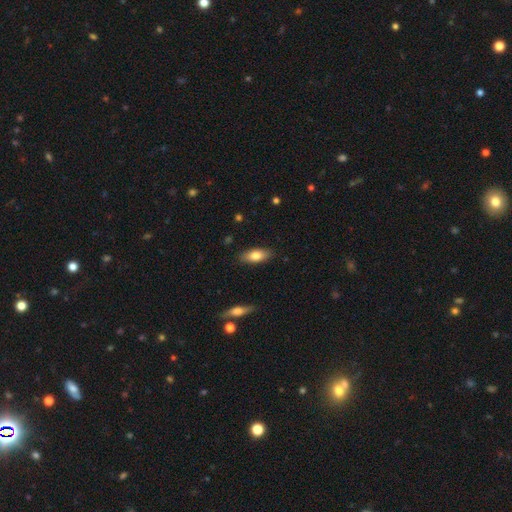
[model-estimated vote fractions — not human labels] smooth 78%, featured or disk 16%, star or artifact 7%. Down the decision tree: how rounded — in between (82%); merging — none (87%).